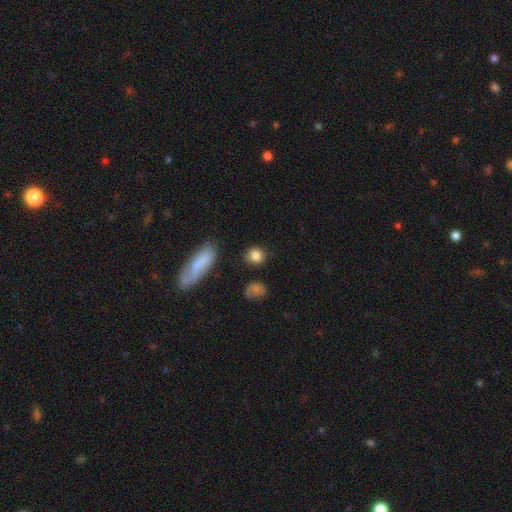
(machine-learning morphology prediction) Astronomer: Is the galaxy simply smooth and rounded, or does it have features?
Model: smooth — 83%.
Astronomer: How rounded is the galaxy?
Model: round — 73%.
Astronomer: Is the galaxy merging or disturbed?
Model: none — 80%.